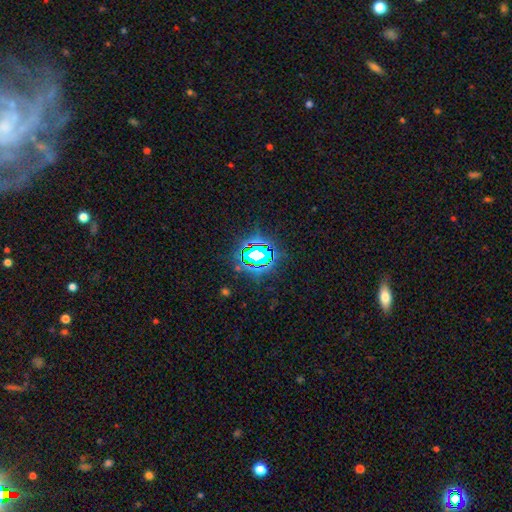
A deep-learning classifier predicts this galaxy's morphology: Q: Smooth or featured?
A: star or artifact (73%); runner-up: smooth (15%)